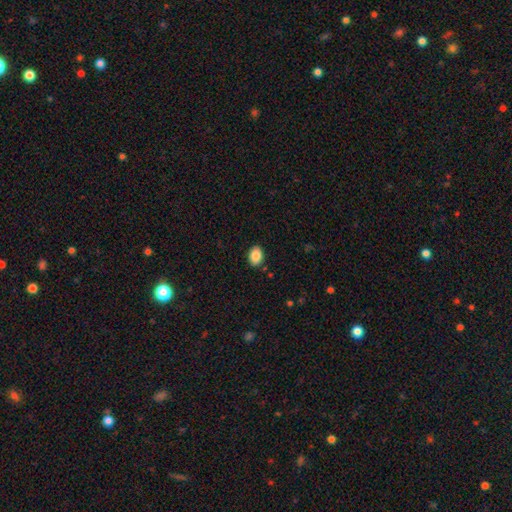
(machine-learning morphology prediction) A smooth galaxy with no disk features (88%) that is in between round and cigar-shaped (77%).

Vote fractions:
- Smooth or featured? smooth: 88% / star or artifact: 8% / featured or disk: 4%
- How rounded? in between: 77% / round: 22% / cigar-shaped: 1%
- Merging? none: 88% / minor disturbance: 9% / major disturbance: 2% / merger: 1%